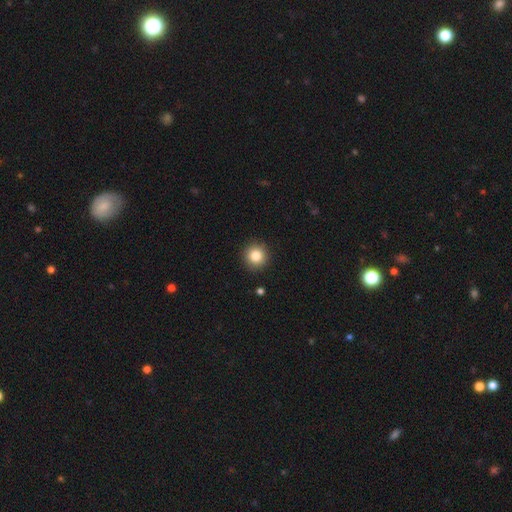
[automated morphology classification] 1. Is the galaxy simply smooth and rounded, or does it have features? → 84% smooth, 10% star or artifact, 6% featured or disk.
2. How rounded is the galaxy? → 95% round, 5% in between, 1% cigar-shaped.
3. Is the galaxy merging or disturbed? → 92% none, 6% minor disturbance, 2% major disturbance, 1% merger.